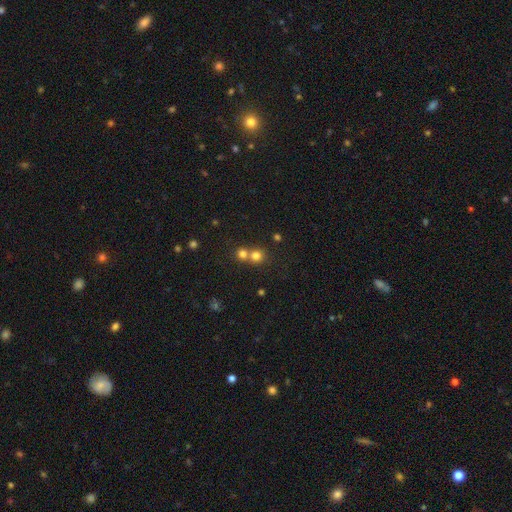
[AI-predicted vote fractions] smooth-or-featured: smooth: 76% | star or artifact: 15% | featured or disk: 9%
  how-rounded: round: 90% | in between: 9% | cigar-shaped: 1%
  merging: none: 48% | merger: 45% | minor disturbance: 5% | major disturbance: 2%